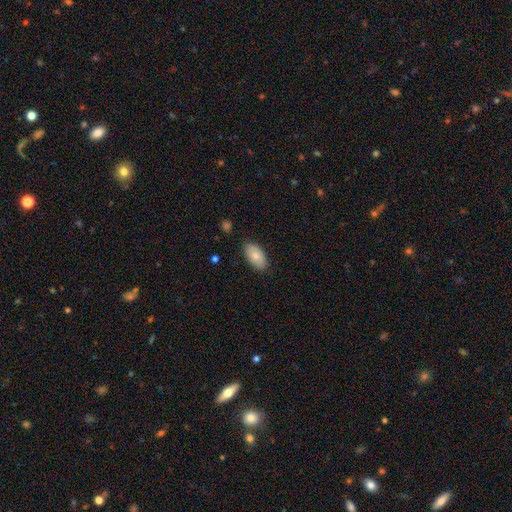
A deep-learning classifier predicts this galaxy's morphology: Q: Smooth or featured?
A: smooth (80%); runner-up: featured or disk (13%)
Q: How rounded?
A: in between (94%); runner-up: round (4%)
Q: Merging?
A: none (85%); runner-up: minor disturbance (11%)